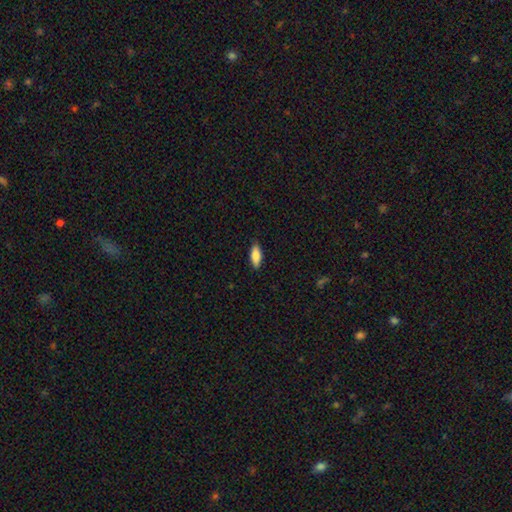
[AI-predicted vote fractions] smooth 83%, featured or disk 11%, star or artifact 6%. Down the decision tree: how rounded — in between (70%); merging — none (88%).